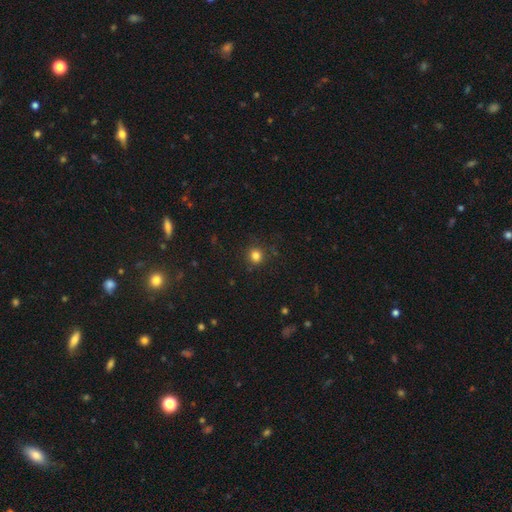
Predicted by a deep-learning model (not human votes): The model was most divided on "smooth or featured": smooth: 82%, star or artifact: 14%, featured or disk: 4%. More confident: how rounded — round (92%); merging — none (89%).